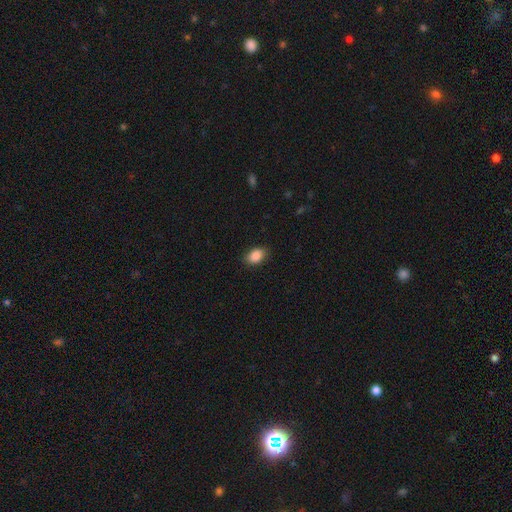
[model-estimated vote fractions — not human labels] This is clearly a smooth galaxy (88%). How rounded: clearly in between (81%). Merging: clearly none (84%).